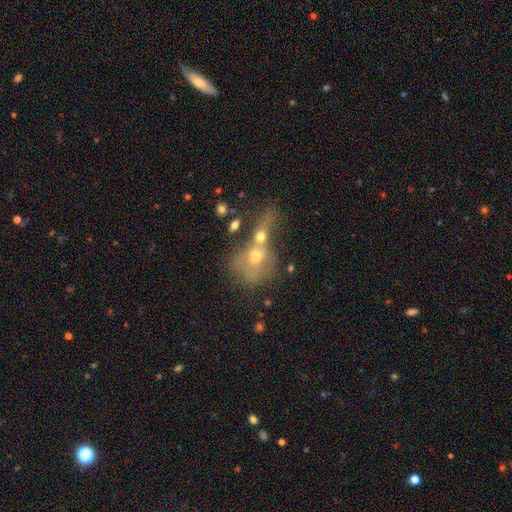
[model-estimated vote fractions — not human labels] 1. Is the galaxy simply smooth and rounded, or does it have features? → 44% smooth, 38% featured or disk, 17% star or artifact.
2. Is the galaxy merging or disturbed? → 61% merger, 18% none, 12% major disturbance, 9% minor disturbance.